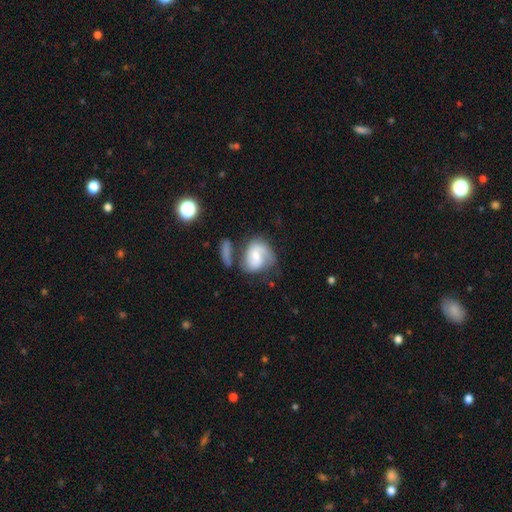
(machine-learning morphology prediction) featured or disk 60%, smooth 33%, star or artifact 7%. Down the decision tree: edge-on disk — no (97%); bar — no (44%); spiral arms — yes (83%); bulge size — moderate (52%); merging — none (41%).